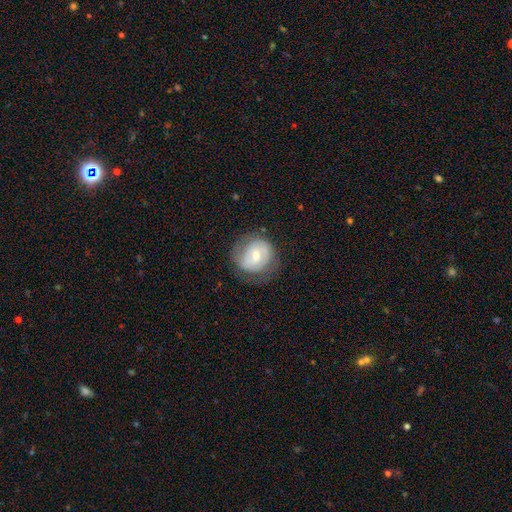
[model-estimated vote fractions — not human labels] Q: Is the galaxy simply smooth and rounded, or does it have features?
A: featured or disk — 53%.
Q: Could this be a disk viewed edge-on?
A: no — 97%.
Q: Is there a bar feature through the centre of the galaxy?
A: weak — 47%.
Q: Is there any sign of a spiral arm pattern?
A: yes — 70%.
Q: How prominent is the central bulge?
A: moderate — 55%.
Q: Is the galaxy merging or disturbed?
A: none — 64%.